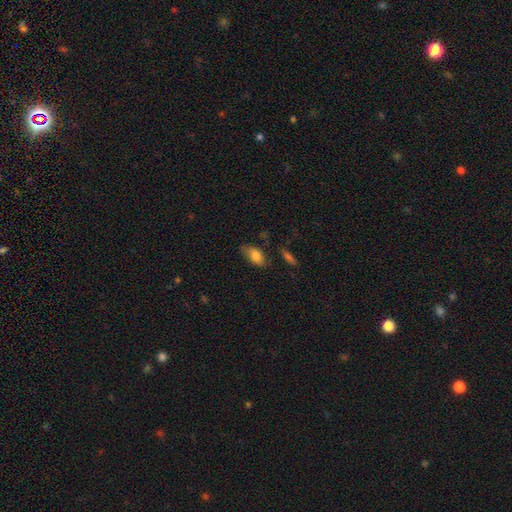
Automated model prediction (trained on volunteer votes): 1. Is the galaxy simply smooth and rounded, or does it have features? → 77% smooth, 16% featured or disk, 8% star or artifact.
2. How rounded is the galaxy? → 89% in between, 6% cigar-shaped, 5% round.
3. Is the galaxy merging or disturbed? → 66% none, 24% minor disturbance, 7% major disturbance, 4% merger.